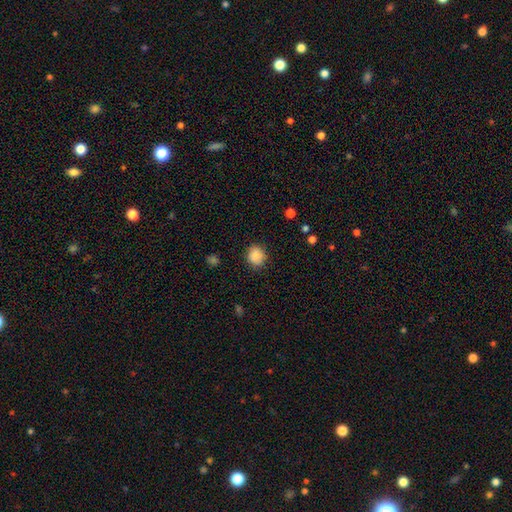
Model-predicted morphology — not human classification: A smooth galaxy with no disk features (87%) that is round (72%).

Vote fractions:
- Smooth or featured? smooth: 87% / star or artifact: 9% / featured or disk: 4%
- How rounded? round: 72% / in between: 27% / cigar-shaped: 1%
- Merging? none: 83% / minor disturbance: 13% / major disturbance: 3% / merger: 1%